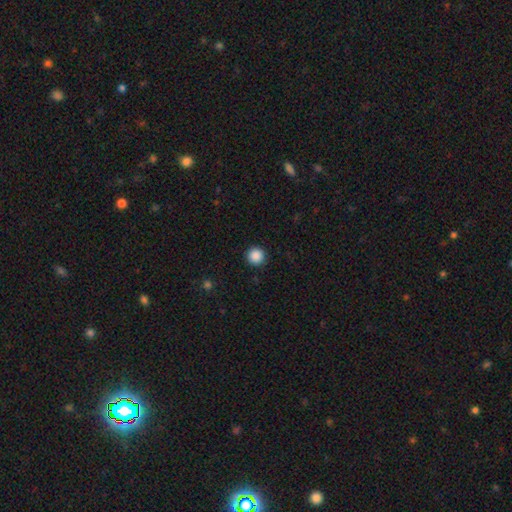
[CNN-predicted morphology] smooth 88%, star or artifact 9%, featured or disk 2%. Down the decision tree: how rounded — round (96%); merging — none (93%).